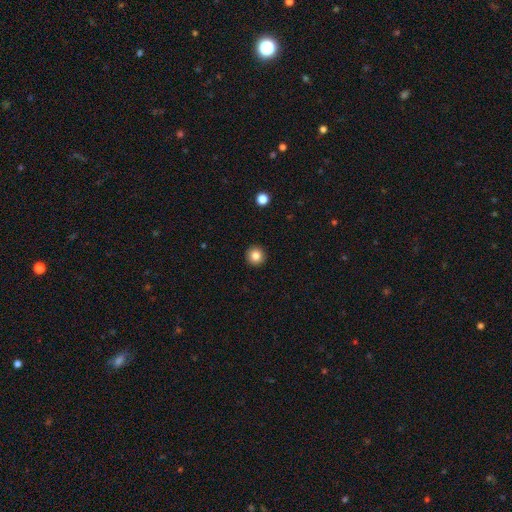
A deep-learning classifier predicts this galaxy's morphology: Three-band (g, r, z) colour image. It shows a smooth galaxy with no disk features (84%) that is round (96%). Merging: none (93%).